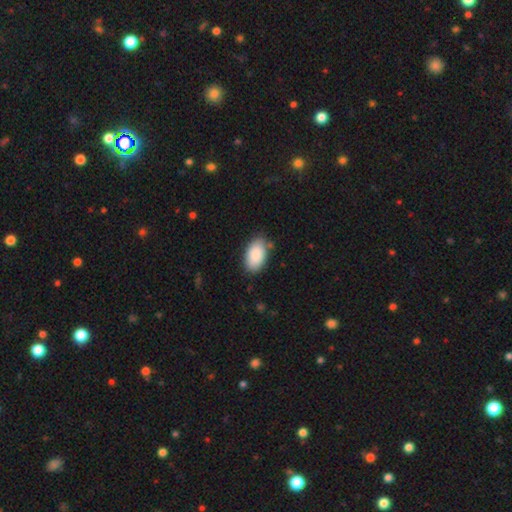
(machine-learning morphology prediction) Smooth or featured? Predicted: smooth (p=0.89). How rounded? Predicted: in between (p=0.95). Merging? Predicted: none (p=0.82).